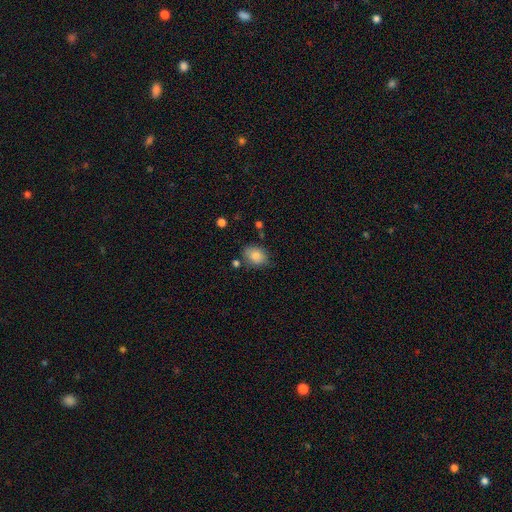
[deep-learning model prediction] Overall: smooth (84%). How rounded: in between (65%; round 34%). Merging: none (71%).